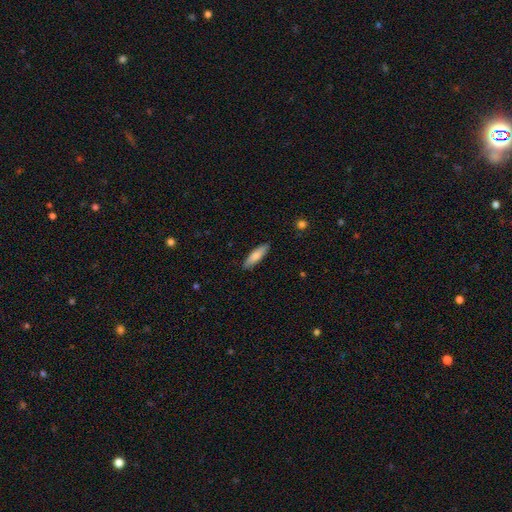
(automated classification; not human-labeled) Q: Smooth or featured?
A: smooth (76%); runner-up: featured or disk (18%)
Q: How rounded?
A: cigar-shaped (60%); runner-up: in between (38%)
Q: Merging?
A: none (88%); runner-up: minor disturbance (9%)